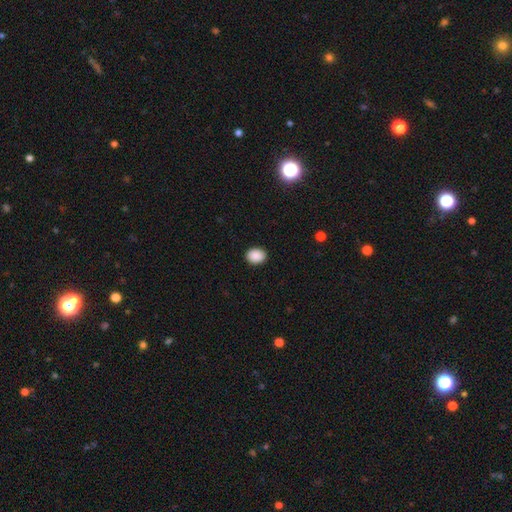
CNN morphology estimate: Smooth or featured?
  - smooth: 90% *
  - star or artifact: 8%
  - featured or disk: 2%
How rounded?
  - in between: 56% *
  - round: 44%
  - cigar-shaped: 1%
Merging?
  - none: 91% *
  - minor disturbance: 7%
  - major disturbance: 2%
  - merger: 1%